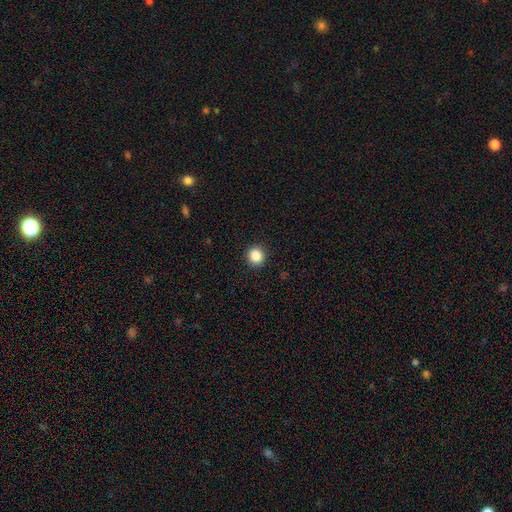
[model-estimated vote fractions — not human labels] Smooth or featured?
  - smooth: 87% *
  - star or artifact: 10%
  - featured or disk: 3%
How rounded?
  - round: 92% *
  - in between: 7%
  - cigar-shaped: 1%
Merging?
  - none: 92% *
  - minor disturbance: 5%
  - major disturbance: 2%
  - merger: 1%